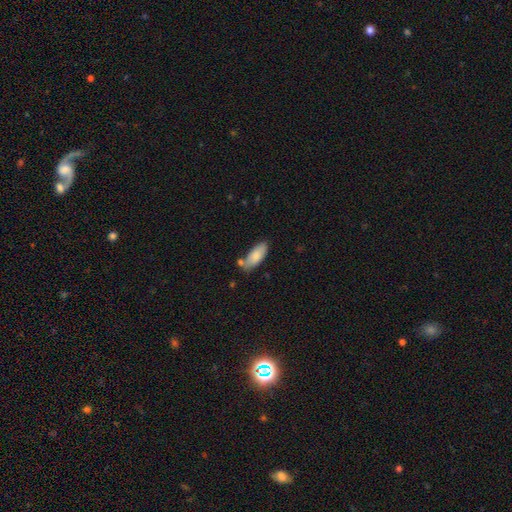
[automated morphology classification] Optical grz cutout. It shows a smooth galaxy with no disk features (84%) that is in between round and cigar-shaped (79%). Merging: none (63%).